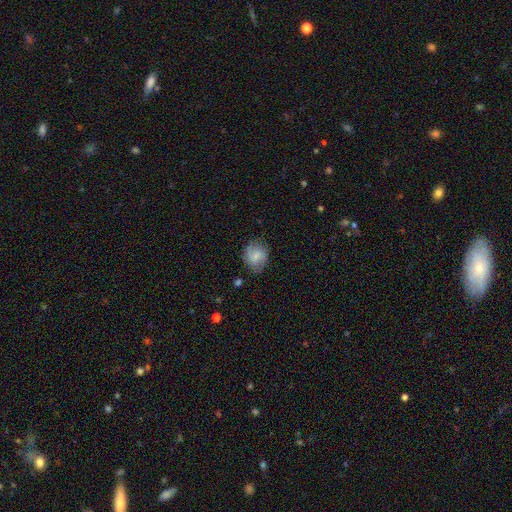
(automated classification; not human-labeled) smooth_or_featured: featured or disk (p=0.55) [alt: smooth p=0.38]
disk_edge_on: no (p=0.97) [alt: yes p=0.03]
bar: weak (p=0.52) [alt: no p=0.36]
has_spiral_arms: yes (p=0.89) [alt: no p=0.11]
bulge_size: small (p=0.52) [alt: moderate p=0.30]
merging: none (p=0.74) [alt: minor disturbance p=0.18]